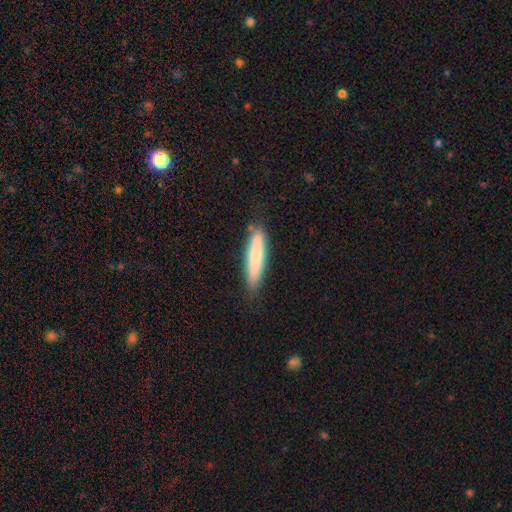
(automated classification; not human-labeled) Smooth or featured: smooth — 76% (featured or disk — 18%)
How rounded: cigar-shaped — 85% (in between — 14%)
Merging: none — 83% (minor disturbance — 13%)